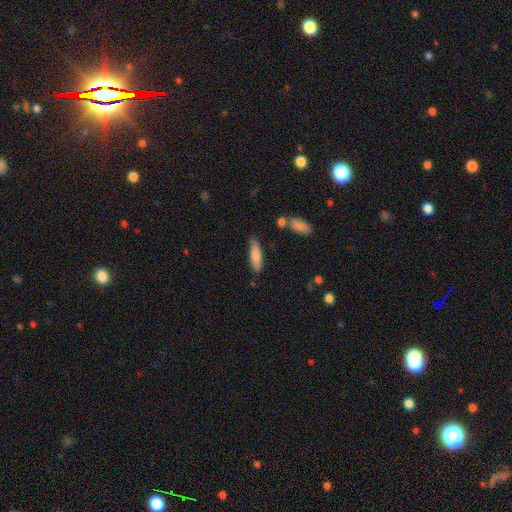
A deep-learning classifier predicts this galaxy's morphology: This is likely a smooth galaxy (77%). How rounded: likely cigar-shaped (65%). Merging: likely none (78%).